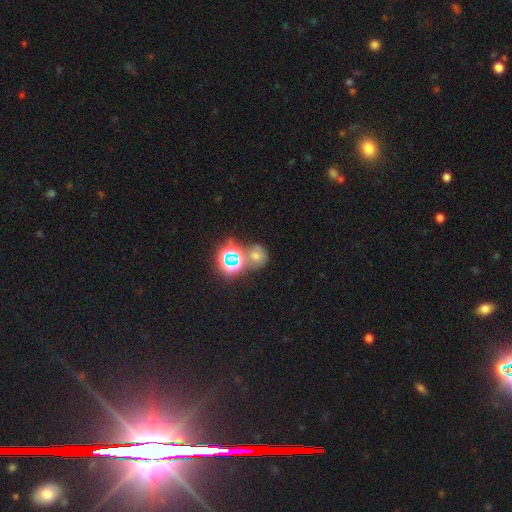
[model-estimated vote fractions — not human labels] The model was most divided on "smooth or featured": smooth: 48%, star or artifact: 39%, featured or disk: 13%. More confident: merging — none (52%).